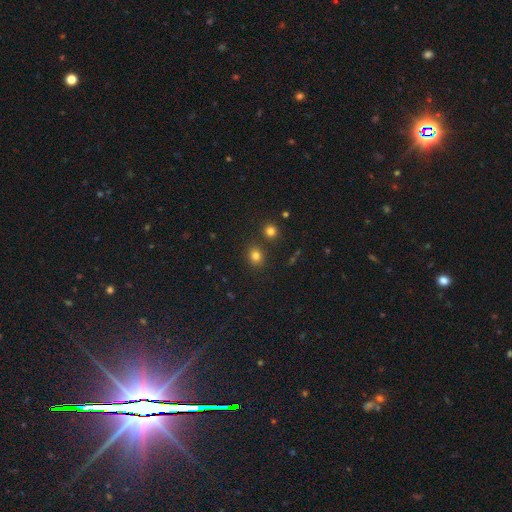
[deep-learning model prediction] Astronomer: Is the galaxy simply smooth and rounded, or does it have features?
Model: smooth — 80%.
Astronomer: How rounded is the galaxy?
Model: round — 71%.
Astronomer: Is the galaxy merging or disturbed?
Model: none — 81%.